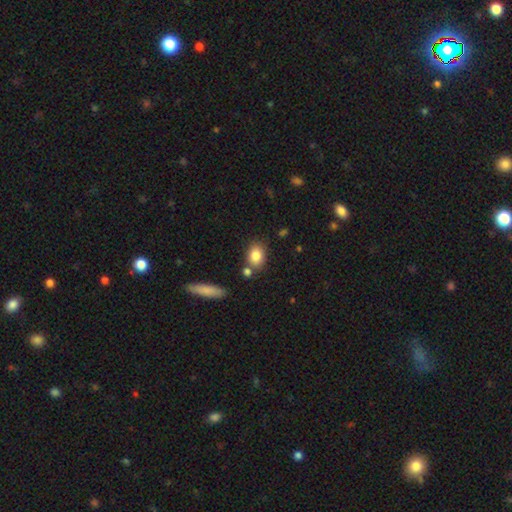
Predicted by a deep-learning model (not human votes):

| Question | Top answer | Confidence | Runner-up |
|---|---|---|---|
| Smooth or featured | smooth | 83% | featured or disk (9%) |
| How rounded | in between | 71% | round (27%) |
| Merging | none | 70% | merger (13%) |